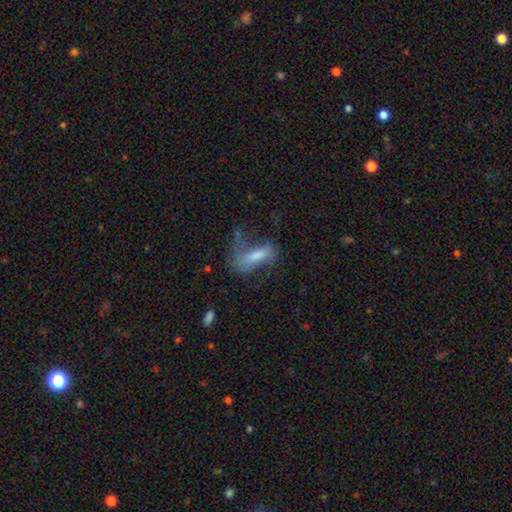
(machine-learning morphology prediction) Smooth or featured: smooth — 53% (featured or disk — 36%)
How rounded: in between — 52% (cigar-shaped — 45%)
Merging: none — 37% (major disturbance — 34%)